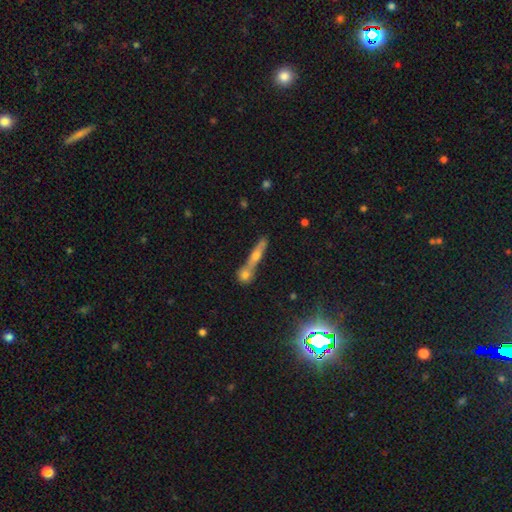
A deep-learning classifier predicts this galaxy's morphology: A featured or disk galaxy (43%). Merging: none (44%).